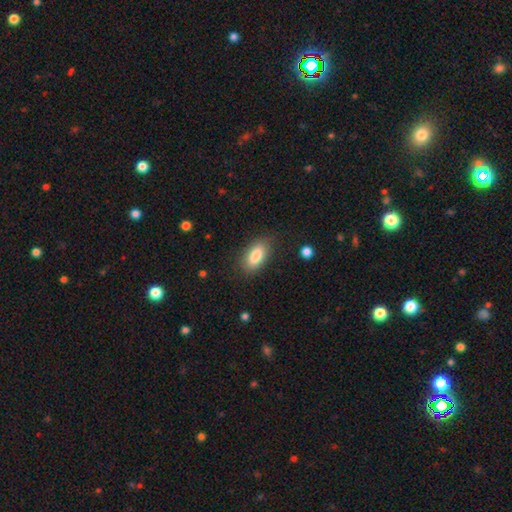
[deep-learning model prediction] smooth-or-featured: smooth: 84% | featured or disk: 9% | star or artifact: 7%
  how-rounded: in between: 89% | cigar-shaped: 7% | round: 4%
  merging: none: 81% | minor disturbance: 14% | major disturbance: 4% | merger: 1%